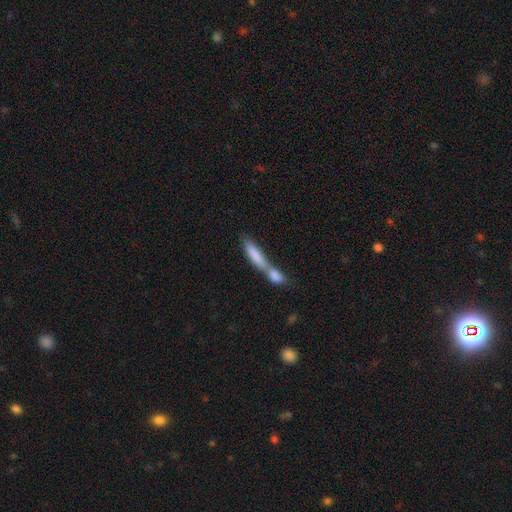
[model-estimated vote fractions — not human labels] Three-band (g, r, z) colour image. It shows a smooth galaxy with no disk features (75%) that is cigar-shaped (73%). Merging: merger (68%).